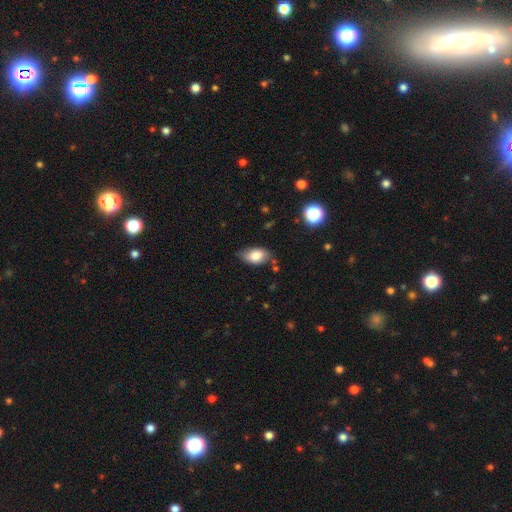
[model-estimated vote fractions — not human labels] Overall: smooth (81%). How rounded: in between (90%). Merging: none (68%).